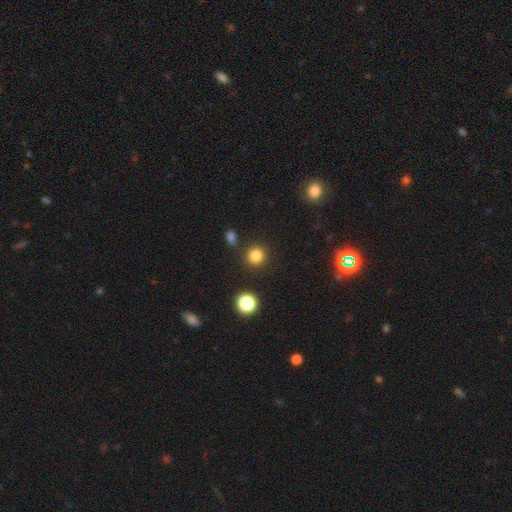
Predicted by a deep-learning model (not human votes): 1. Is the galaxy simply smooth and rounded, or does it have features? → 82% smooth, 14% star or artifact, 4% featured or disk.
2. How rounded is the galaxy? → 93% round, 6% in between, 1% cigar-shaped.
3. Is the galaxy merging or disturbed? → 86% none, 7% minor disturbance, 4% merger, 3% major disturbance.